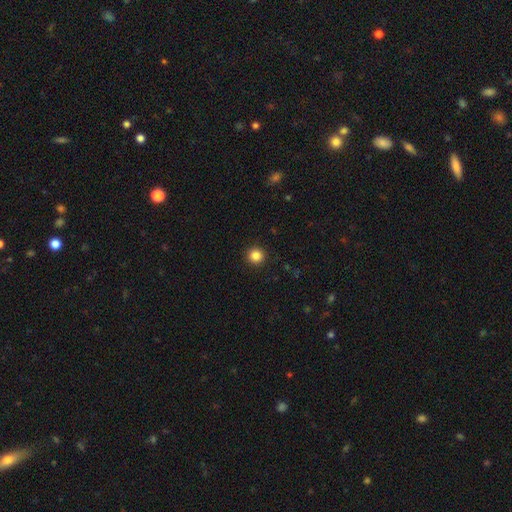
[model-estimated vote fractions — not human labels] This is clearly a smooth galaxy (85%). How rounded: clearly round (95%). Merging: clearly none (93%).